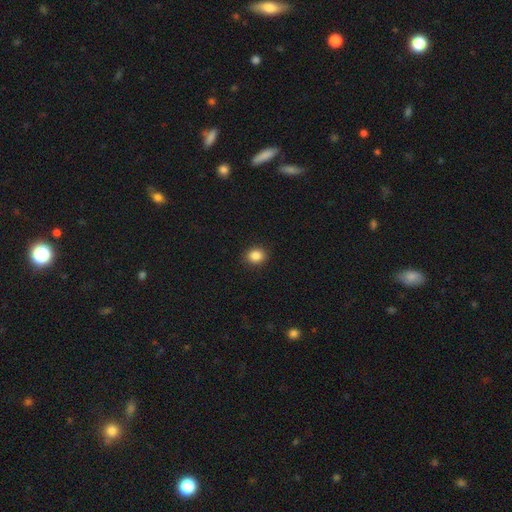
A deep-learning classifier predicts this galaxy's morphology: Overall: smooth (86%). How rounded: round (67%; in between 32%). Merging: none (91%).